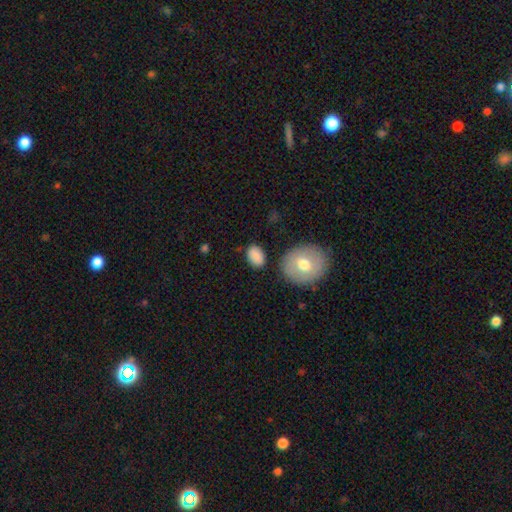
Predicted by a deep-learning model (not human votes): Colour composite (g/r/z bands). It shows a smooth galaxy with no disk features (86%) that is in between round and cigar-shaped (83%). Merging: none (77%).